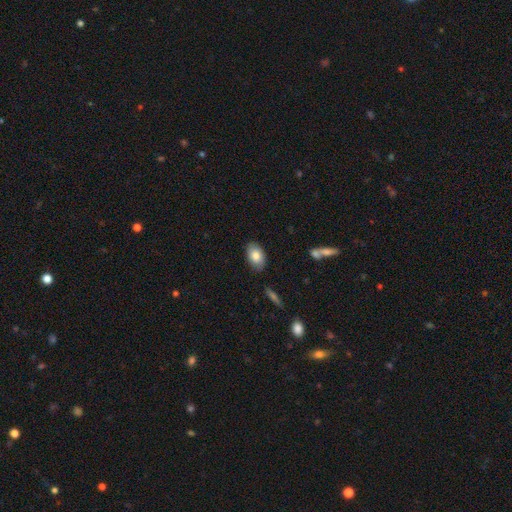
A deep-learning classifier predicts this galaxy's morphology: smooth-or-featured: smooth: 81% | featured or disk: 12% | star or artifact: 7%
  how-rounded: in between: 91% | round: 7% | cigar-shaped: 1%
  merging: none: 84% | minor disturbance: 12% | major disturbance: 2% | merger: 2%